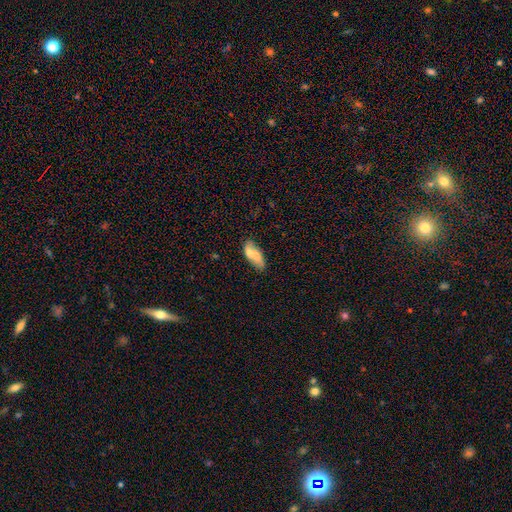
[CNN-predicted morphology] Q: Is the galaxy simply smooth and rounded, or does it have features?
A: smooth — 64%.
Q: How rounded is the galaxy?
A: in between — 77%.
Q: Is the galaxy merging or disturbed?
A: none — 48%.